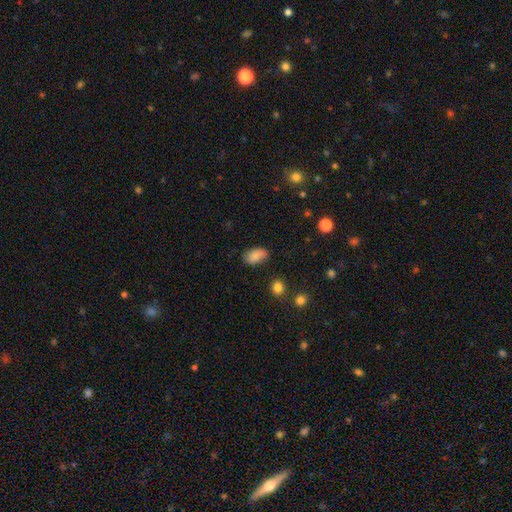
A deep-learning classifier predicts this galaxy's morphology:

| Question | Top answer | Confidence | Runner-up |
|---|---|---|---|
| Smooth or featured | smooth | 85% | star or artifact (8%) |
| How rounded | in between | 92% | round (6%) |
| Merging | none | 77% | minor disturbance (18%) |